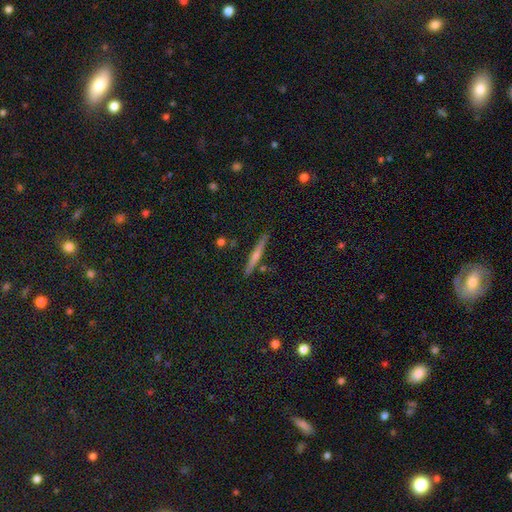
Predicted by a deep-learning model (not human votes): This is possibly a featured or disk galaxy (58%). It is clearly viewed edge-on (97%). Edge-on bulge: likely rounded (67%). Merging: clearly none (89%).